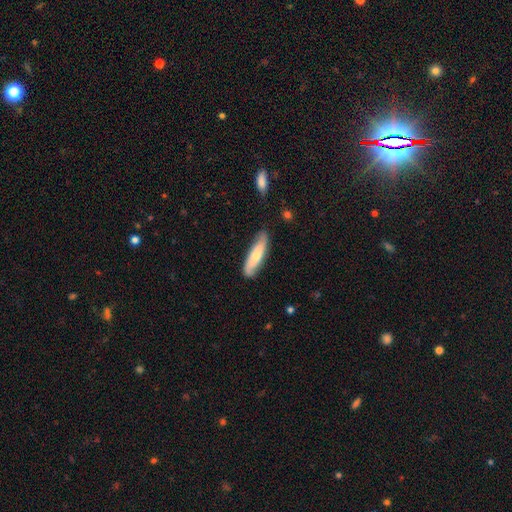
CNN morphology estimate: Smooth or featured? smooth (61%)
How rounded? cigar-shaped (66%)
Merging? none (79%)